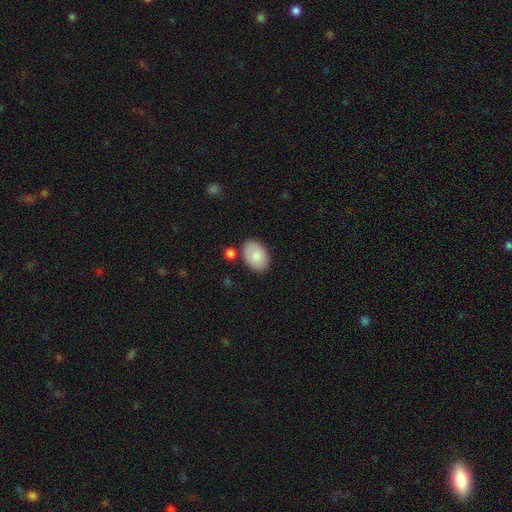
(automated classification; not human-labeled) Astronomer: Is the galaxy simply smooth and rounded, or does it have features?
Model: smooth — 85%.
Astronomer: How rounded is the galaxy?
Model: in between — 86%.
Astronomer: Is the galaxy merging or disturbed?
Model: none — 76%.